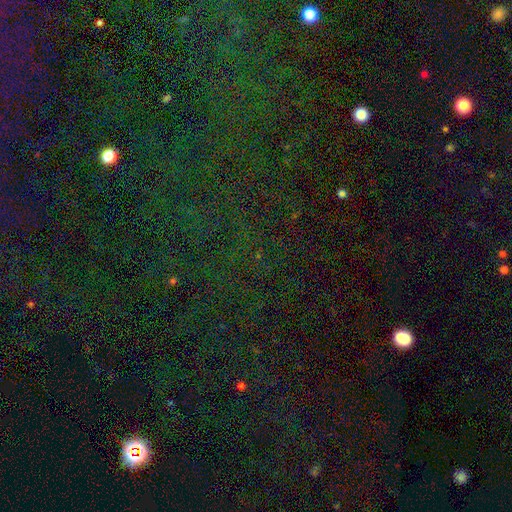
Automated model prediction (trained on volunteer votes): A star or artifact, not a galaxy (80%).

Vote fractions:
- Smooth or featured? star or artifact: 80% / smooth: 12% / featured or disk: 8%